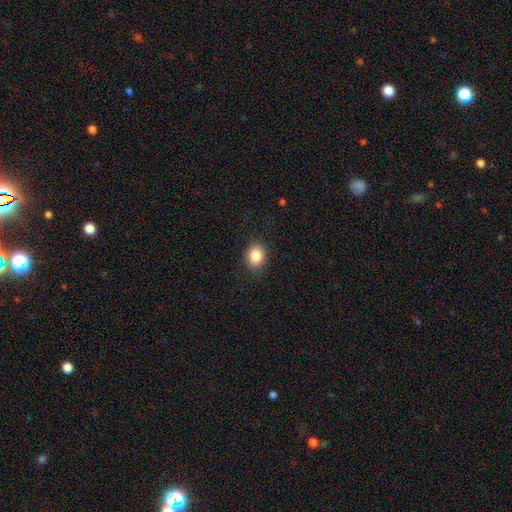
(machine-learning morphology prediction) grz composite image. It shows a smooth galaxy with no disk features (85%) that is in between round and cigar-shaped (59%). Merging: none (84%).